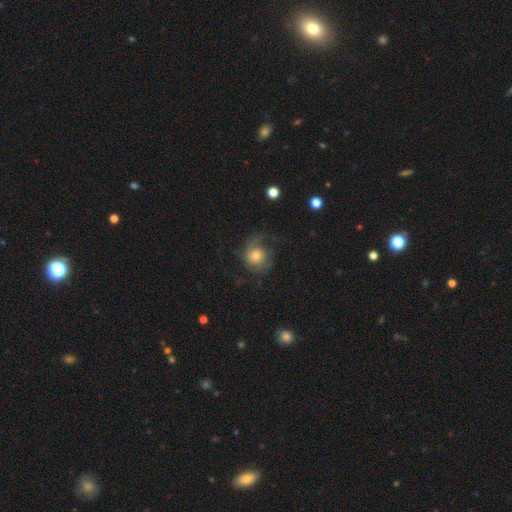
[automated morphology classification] Overall: featured or disk (61%; smooth 31%). Edge-on disk: no (97%). Bar: no (76%). Spiral arms: yes (88%). Spiral arm count: 2 (42%; 1 31%). Spiral winding: medium (40%; loose 35%). Bulge size: moderate (52%; small 34%). Merging: none (53%; major disturbance 26%).